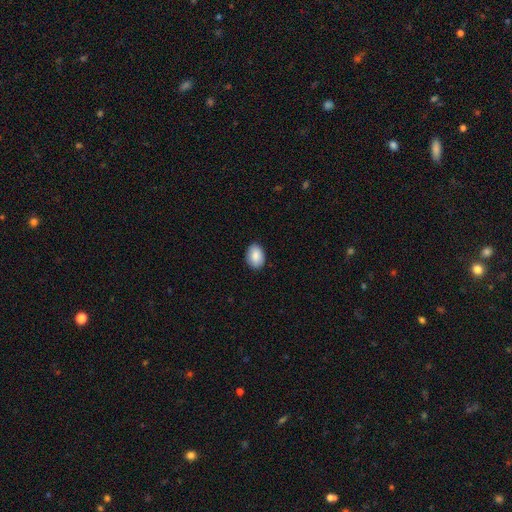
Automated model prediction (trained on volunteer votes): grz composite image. It shows a smooth galaxy with no disk features (88%) that is in between round and cigar-shaped (81%). Merging: none (87%).